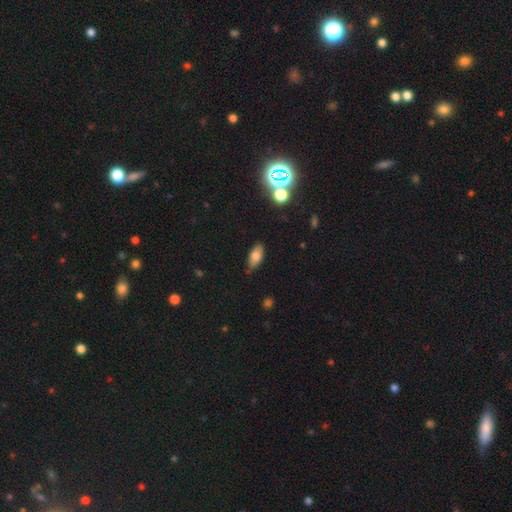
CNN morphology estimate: A smooth galaxy with no disk features (73%) that is in between round and cigar-shaped (87%). Merging: none (80%).